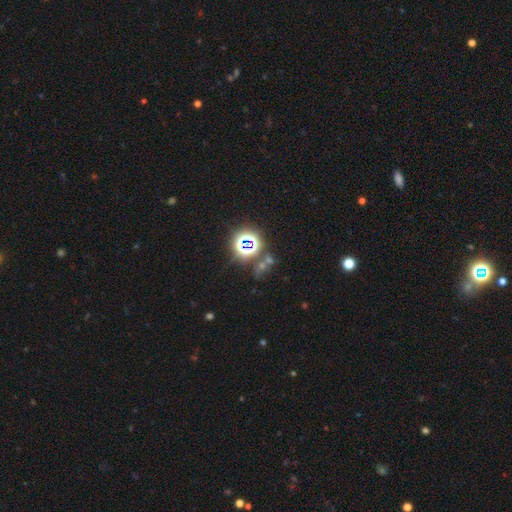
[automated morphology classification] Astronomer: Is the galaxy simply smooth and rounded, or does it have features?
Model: star or artifact — 78%.